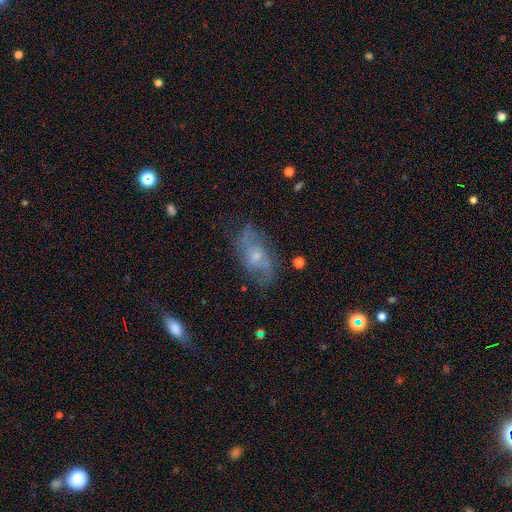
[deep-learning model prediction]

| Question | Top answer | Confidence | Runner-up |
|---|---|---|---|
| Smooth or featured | featured or disk | 64% | smooth (27%) |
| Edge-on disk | no | 91% | yes (9%) |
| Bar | no | 66% | weak (29%) |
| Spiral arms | yes | 77% | no (23%) |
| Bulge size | small | 53% | moderate (38%) |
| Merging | none | 65% | minor disturbance (22%) |